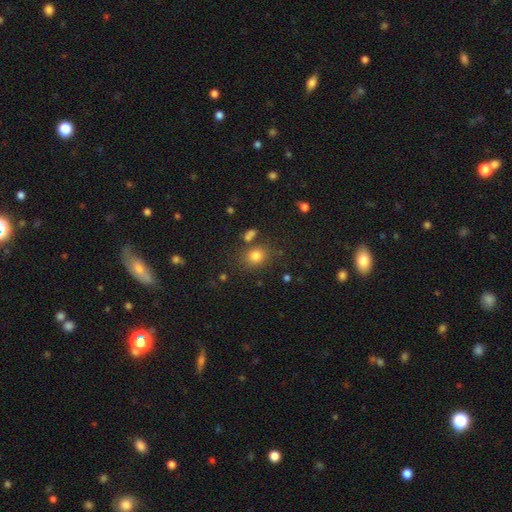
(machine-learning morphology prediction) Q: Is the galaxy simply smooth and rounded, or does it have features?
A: smooth — 79%.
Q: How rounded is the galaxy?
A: round — 62%.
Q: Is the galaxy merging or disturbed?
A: none — 75%.